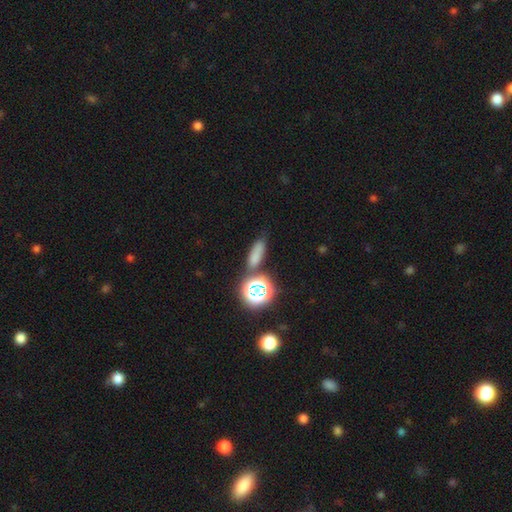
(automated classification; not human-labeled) This appears to be a smooth galaxy with no disk features (66%) that is in between round and cigar-shaped (52%). Merging: none (68%).